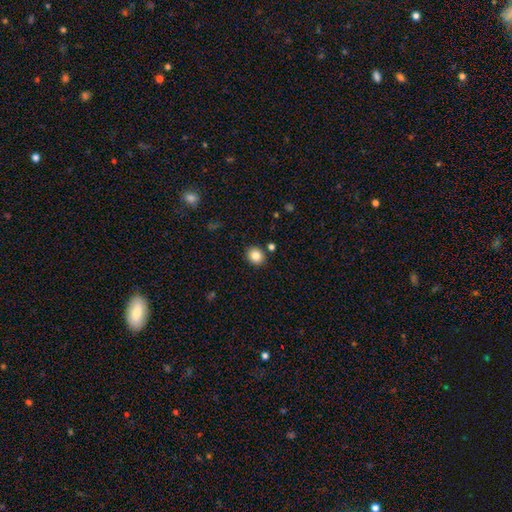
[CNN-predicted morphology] This appears to be a smooth galaxy with no disk features (84%) that is round (74%). Merging: none (87%).